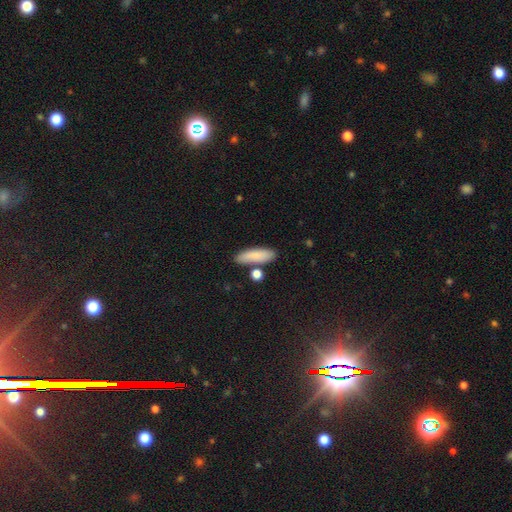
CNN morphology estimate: This is clearly a smooth galaxy (83%). How rounded: possibly cigar-shaped (53%). Merging: likely none (76%).